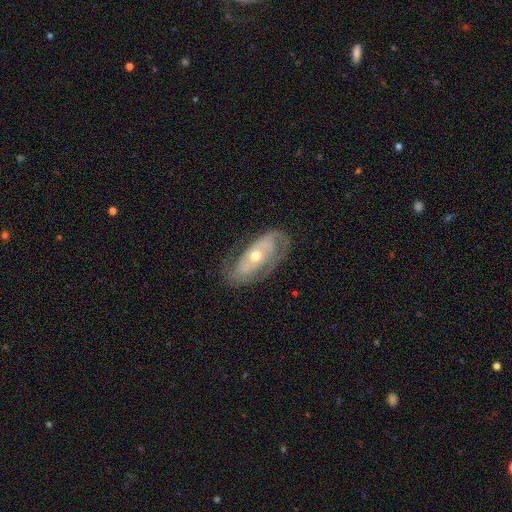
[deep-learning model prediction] featured or disk 79%, smooth 15%, star or artifact 6%. Down the decision tree: edge-on disk — no (91%); bar — no (66%); spiral arms — yes (84%); spiral arm count — 2 (70%); spiral winding — tight (48%); bulge size — moderate (62%); merging — none (73%).